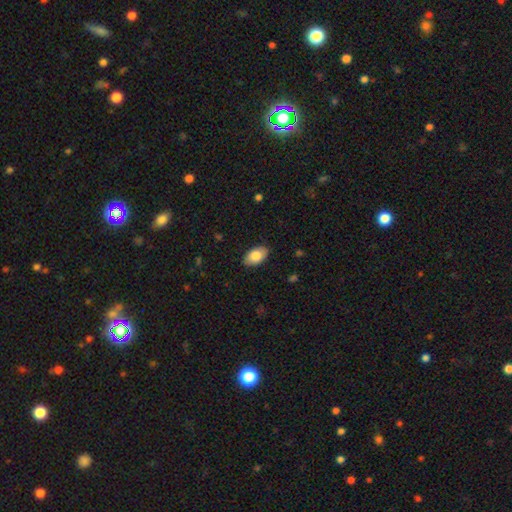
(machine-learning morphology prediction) smooth_or_featured: smooth (p=0.82) [alt: featured or disk p=0.11]
how_rounded: in between (p=0.93) [alt: round p=0.05]
merging: none (p=0.87) [alt: minor disturbance p=0.10]